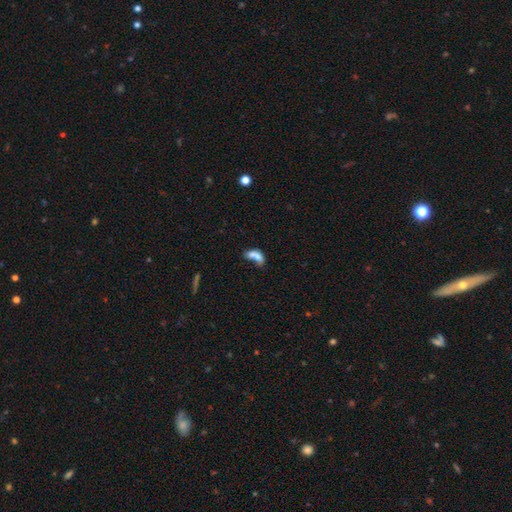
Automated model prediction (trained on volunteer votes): Smooth or featured? Predicted: smooth (p=0.65). How rounded? Predicted: in between (p=0.79). Merging? Predicted: merger (p=0.60).